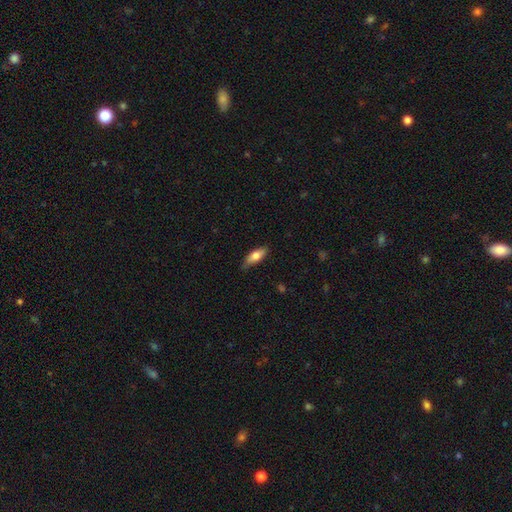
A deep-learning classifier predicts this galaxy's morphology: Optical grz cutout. It shows a smooth galaxy with no disk features (71%) that is in between round and cigar-shaped (68%). Merging: none (80%).